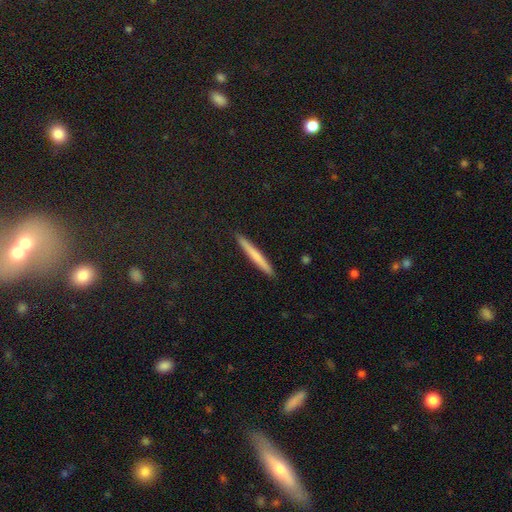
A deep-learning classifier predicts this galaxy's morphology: Smooth or featured? smooth (65%)
How rounded? cigar-shaped (96%)
Merging? none (93%)